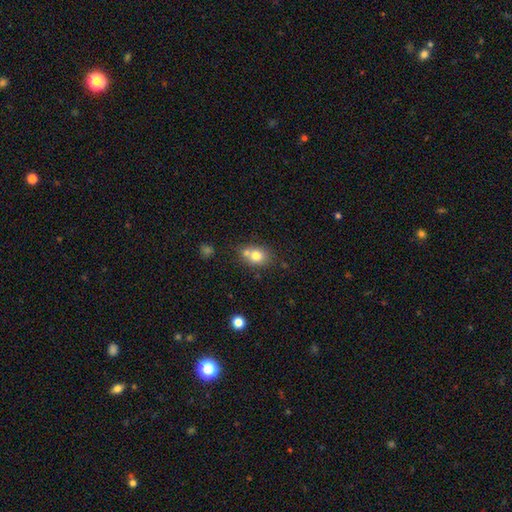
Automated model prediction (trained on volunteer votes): This appears to be a smooth galaxy with no disk features (76%) that is round (57%). Merging: none (50%).